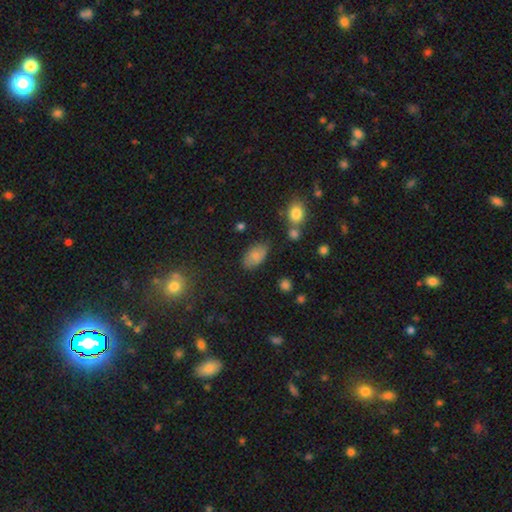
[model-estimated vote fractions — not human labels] Smooth or featured? Predicted: smooth (p=0.75). How rounded? Predicted: in between (p=0.92). Merging? Predicted: none (p=0.74).